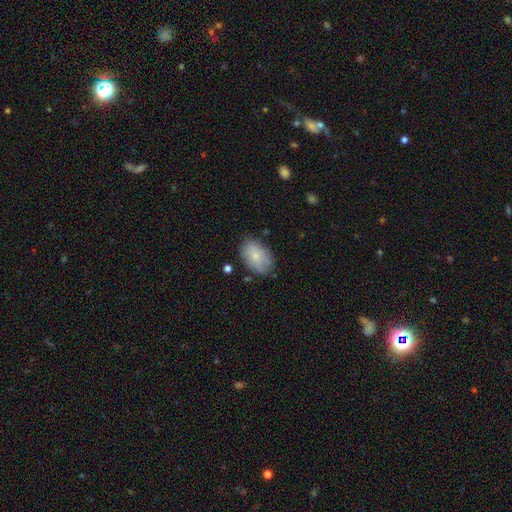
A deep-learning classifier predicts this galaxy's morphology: Smooth or featured? Predicted: smooth (p=0.72). How rounded? Predicted: in between (p=0.85). Merging? Predicted: none (p=0.69).